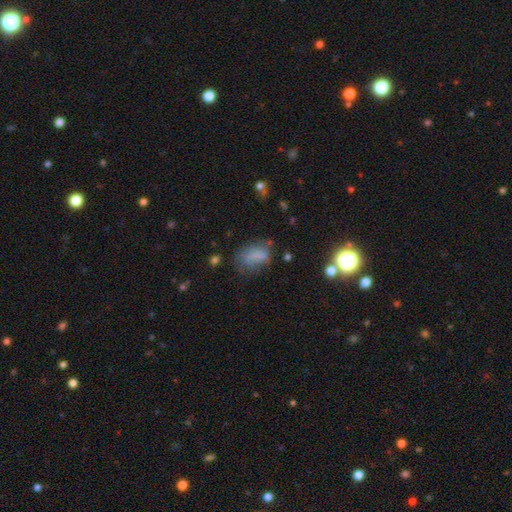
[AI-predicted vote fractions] Q: Smooth or featured?
A: smooth (65%); runner-up: featured or disk (21%)
Q: How rounded?
A: in between (83%); runner-up: round (13%)
Q: Merging?
A: none (44%); runner-up: minor disturbance (29%)